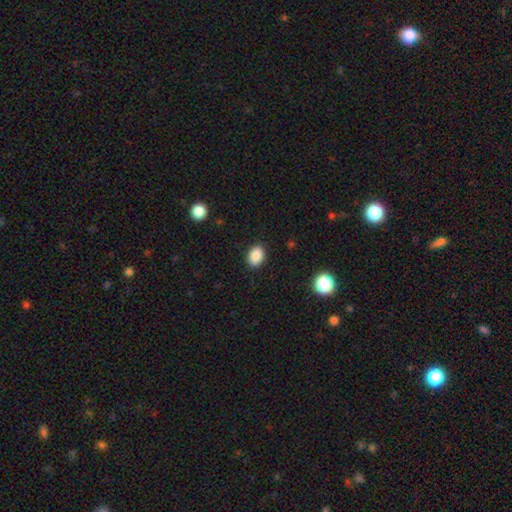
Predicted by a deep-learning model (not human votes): Smooth or featured: smooth — 87% (star or artifact — 8%)
How rounded: in between — 73% (round — 26%)
Merging: none — 89% (minor disturbance — 8%)